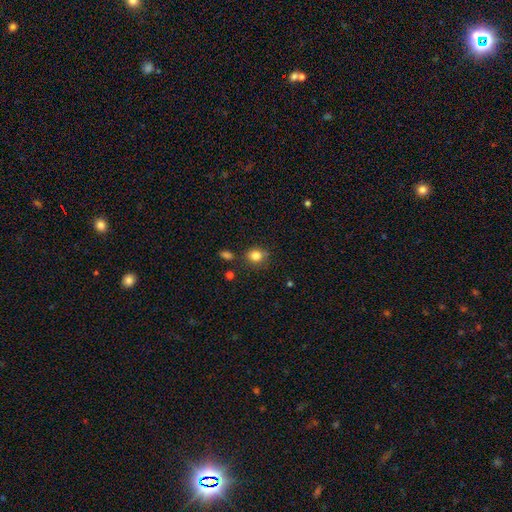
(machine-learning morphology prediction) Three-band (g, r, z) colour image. It shows a smooth galaxy with no disk features (82%) that is round (65%). Merging: none (72%).